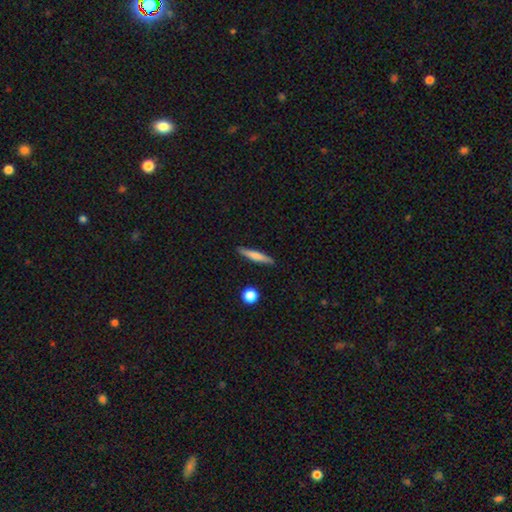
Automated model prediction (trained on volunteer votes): smooth-or-featured: smooth: 67% | featured or disk: 26% | star or artifact: 7%
  how-rounded: cigar-shaped: 91% | in between: 7% | round: 2%
  merging: none: 89% | minor disturbance: 7% | major disturbance: 2% | merger: 2%